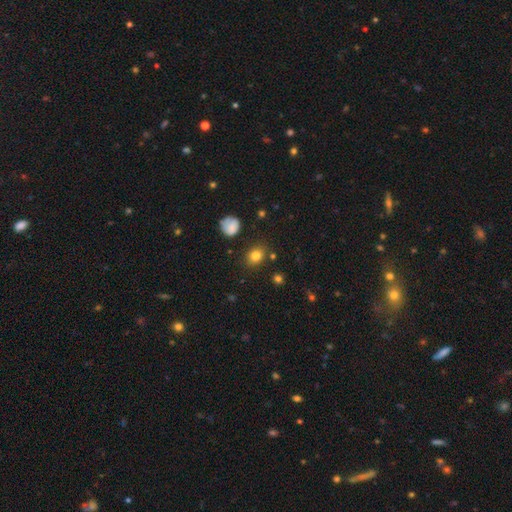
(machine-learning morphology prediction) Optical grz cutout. It shows a smooth galaxy with no disk features (81%) that is round (52%). Merging: none (83%).